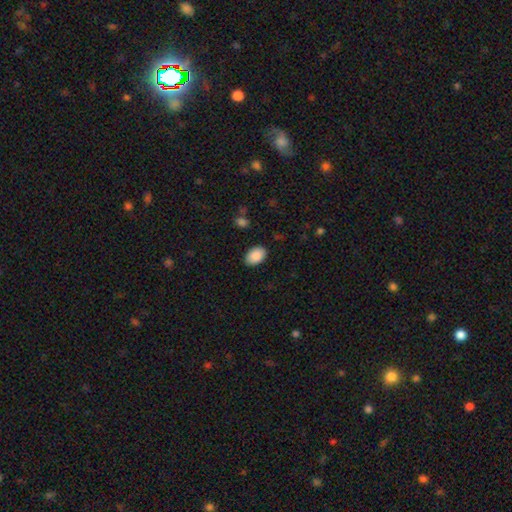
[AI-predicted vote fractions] Smooth or featured? smooth (89%)
How rounded? in between (89%)
Merging? none (87%)